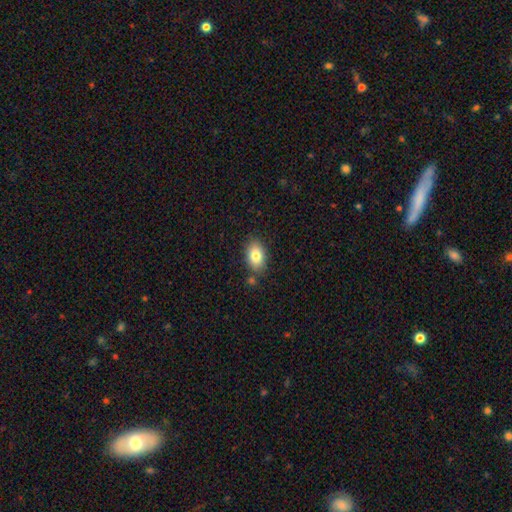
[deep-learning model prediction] Q: Smooth or featured?
A: smooth (81%); runner-up: featured or disk (11%)
Q: How rounded?
A: in between (88%); runner-up: round (11%)
Q: Merging?
A: none (81%); runner-up: minor disturbance (11%)